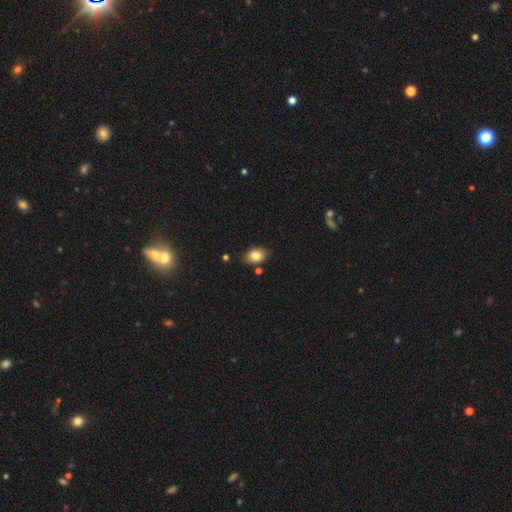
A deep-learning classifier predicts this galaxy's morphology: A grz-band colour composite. It shows a smooth galaxy with no disk features (81%) that is in between round and cigar-shaped (83%). Merging: none (80%).